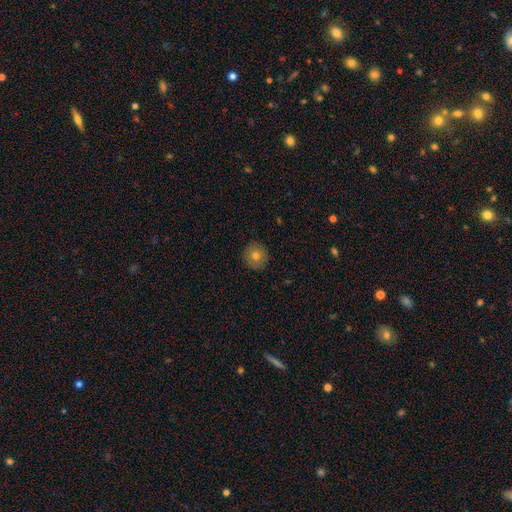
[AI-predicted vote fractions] Smooth or featured? smooth (74%)
How rounded? round (90%)
Merging? none (90%)